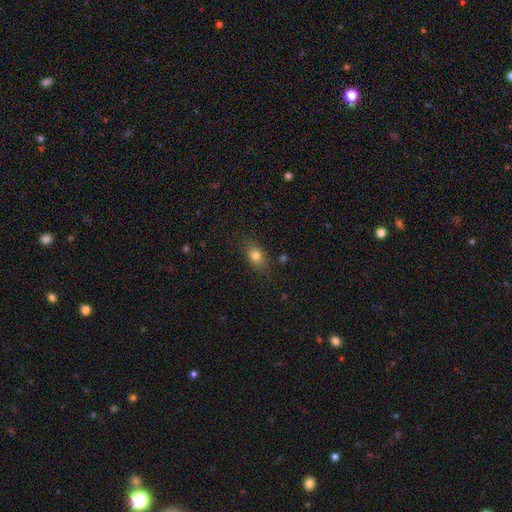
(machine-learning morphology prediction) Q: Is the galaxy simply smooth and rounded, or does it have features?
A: smooth — 79%.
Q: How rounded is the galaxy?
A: in between — 68%.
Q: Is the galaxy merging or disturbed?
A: none — 80%.